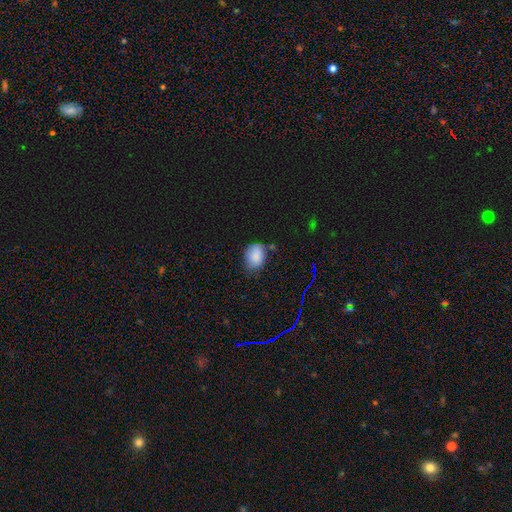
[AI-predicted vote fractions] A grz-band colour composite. It shows a smooth galaxy with no disk features (84%) that is in between round and cigar-shaped (56%). Merging: none (59%).